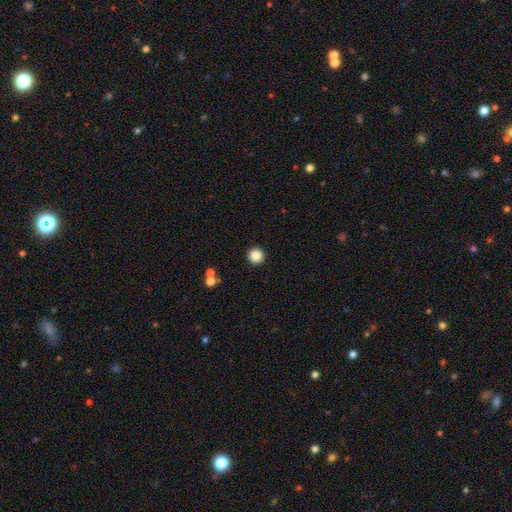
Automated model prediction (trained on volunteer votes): This appears to be a smooth galaxy with no disk features (85%) that is round (96%). Merging: none (93%).